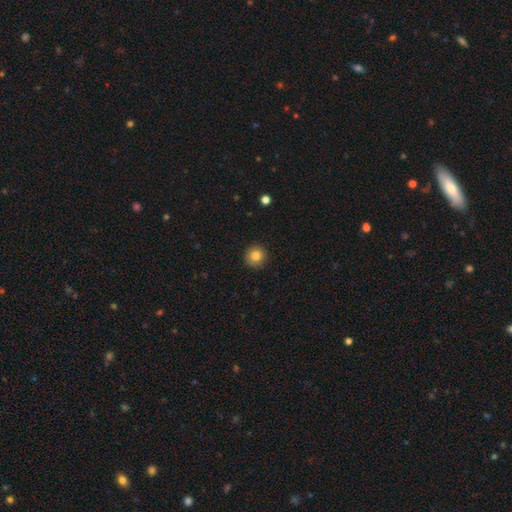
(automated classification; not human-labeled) Smooth or featured: smooth — 85% (star or artifact — 10%)
How rounded: round — 94% (in between — 5%)
Merging: none — 91% (minor disturbance — 6%)